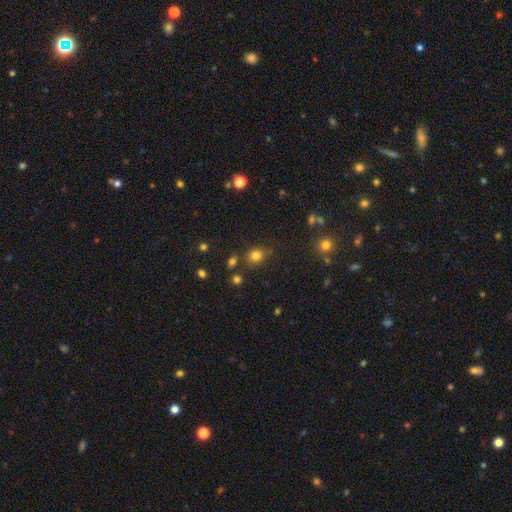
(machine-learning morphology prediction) A smooth galaxy with no disk features (79%) that is round (73%).

Vote fractions:
- Smooth or featured? smooth: 79% / star or artifact: 15% / featured or disk: 6%
- How rounded? round: 73% / in between: 26% / cigar-shaped: 1%
- Merging? none: 78% / minor disturbance: 12% / merger: 7% / major disturbance: 4%